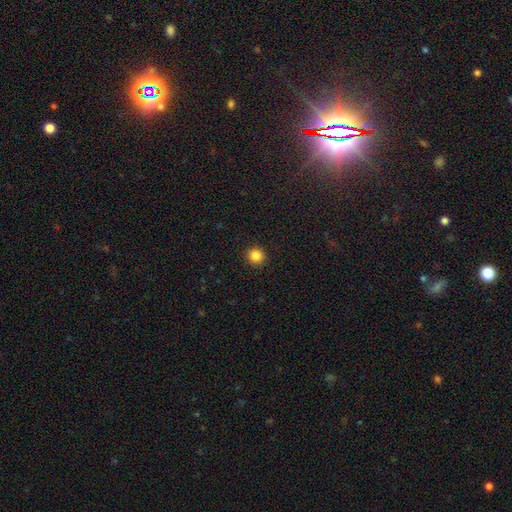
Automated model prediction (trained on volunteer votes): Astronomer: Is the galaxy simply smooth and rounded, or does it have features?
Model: smooth — 85%.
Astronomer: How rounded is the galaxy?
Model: round — 93%.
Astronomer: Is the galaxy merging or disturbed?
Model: none — 92%.